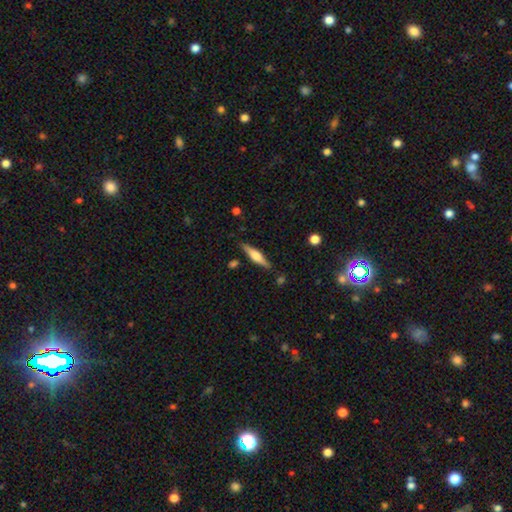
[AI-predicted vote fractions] Smooth or featured: featured or disk — 60% (smooth — 34%)
Edge-on disk: yes — 97% (no — 3%)
Edge-on bulge: rounded — 76% (boxy — 20%)
Merging: none — 85% (minor disturbance — 10%)